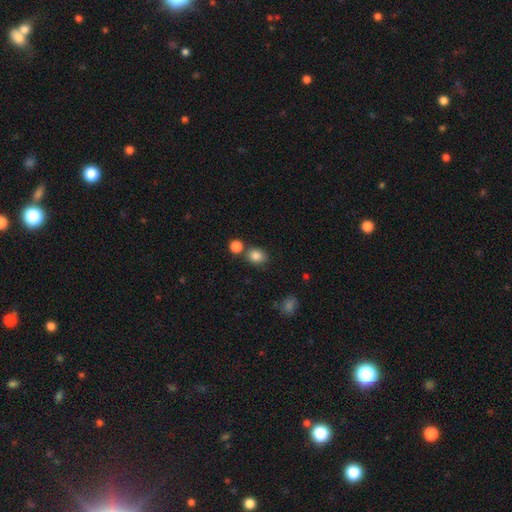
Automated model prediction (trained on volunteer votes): A smooth galaxy with no disk features (84%) that is round (53%).

Vote fractions:
- Smooth or featured? smooth: 84% / star or artifact: 11% / featured or disk: 5%
- How rounded? round: 53% / in between: 46% / cigar-shaped: 1%
- Merging? none: 67% / merger: 18% / minor disturbance: 12% / major disturbance: 4%